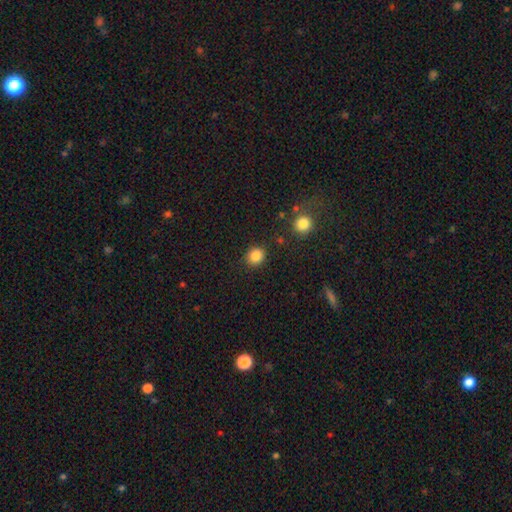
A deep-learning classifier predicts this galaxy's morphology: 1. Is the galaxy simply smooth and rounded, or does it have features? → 86% smooth, 10% star or artifact, 4% featured or disk.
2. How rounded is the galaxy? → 79% round, 20% in between, 1% cigar-shaped.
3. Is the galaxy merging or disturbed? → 88% none, 7% minor disturbance, 2% major disturbance, 2% merger.